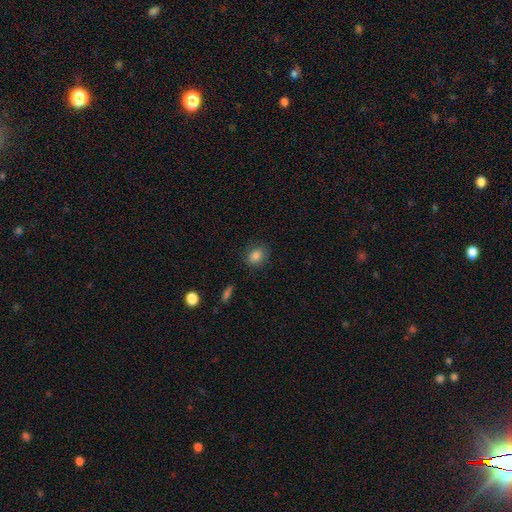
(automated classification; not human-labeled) smooth_or_featured: smooth (p=0.83) [alt: star or artifact p=0.10]
how_rounded: in between (p=0.56) [alt: round p=0.43]
merging: none (p=0.84) [alt: minor disturbance p=0.12]